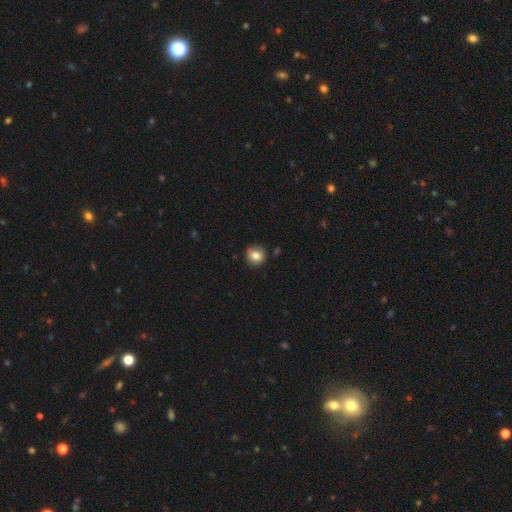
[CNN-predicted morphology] Q: Smooth or featured?
A: smooth (82%); runner-up: star or artifact (10%)
Q: How rounded?
A: round (87%); runner-up: in between (12%)
Q: Merging?
A: none (85%); runner-up: minor disturbance (11%)